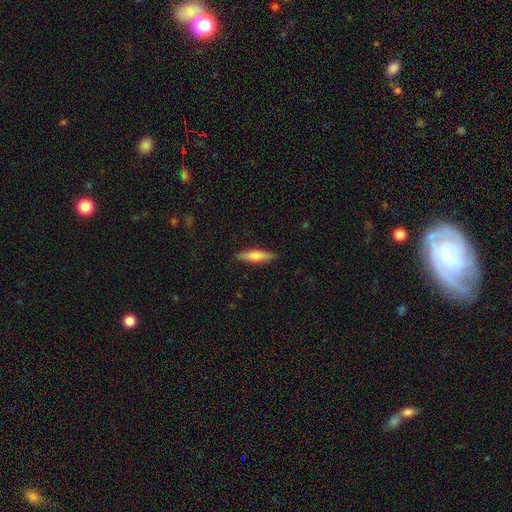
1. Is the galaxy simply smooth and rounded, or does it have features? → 47% featured or disk, 45% smooth, 8% star or artifact.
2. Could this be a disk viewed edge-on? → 89% yes, 11% no.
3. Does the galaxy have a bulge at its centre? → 81% rounded, 19% none, 0% boxy.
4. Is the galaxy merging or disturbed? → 89% none, 11% minor disturbance, 0% major disturbance, 0% merger.